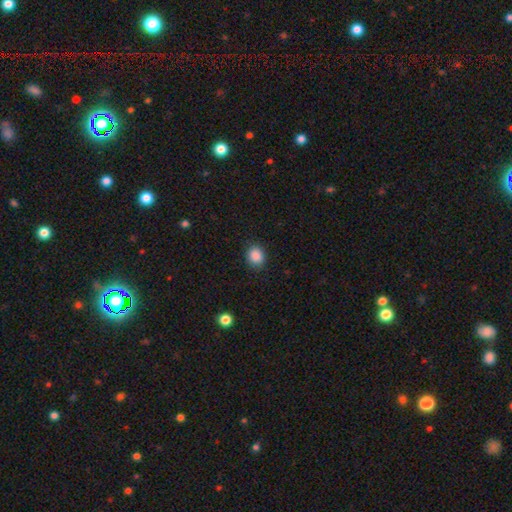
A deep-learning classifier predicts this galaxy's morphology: A smooth galaxy with no disk features (88%) that is round (68%).

Vote fractions:
- Smooth or featured? smooth: 88% / star or artifact: 9% / featured or disk: 3%
- How rounded? round: 68% / in between: 31% / cigar-shaped: 1%
- Merging? none: 87% / minor disturbance: 10% / major disturbance: 3% / merger: 1%